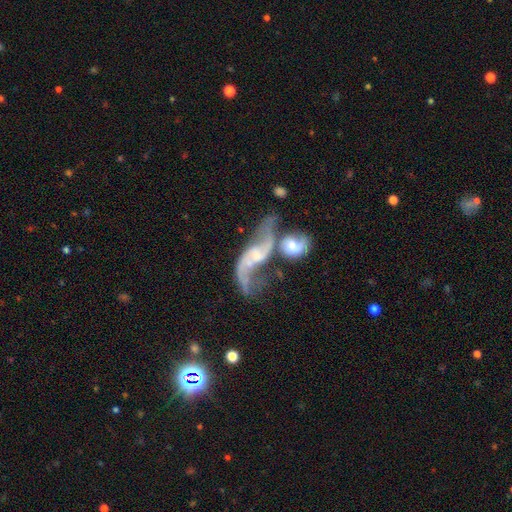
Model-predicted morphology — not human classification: The model was most divided on "bar": no: 44%, weak: 41%, strong: 15%. Remaining: edge-on disk — no (92%); spiral arms — yes (91%); spiral arm count — 2 (88%); smooth or featured — featured or disk (84%); spiral winding — loose (81%); merging — merger (51%); bulge size — small (48%).